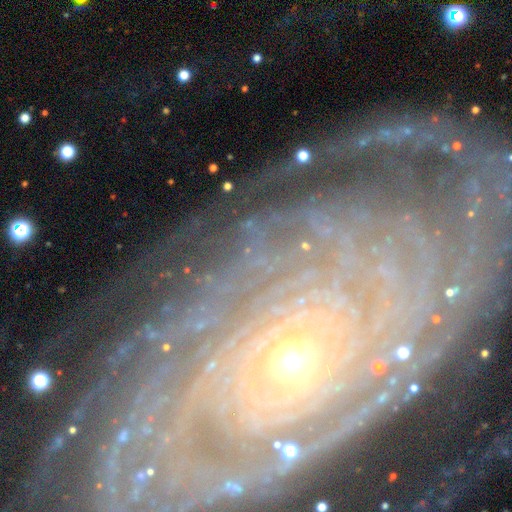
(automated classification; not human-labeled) This is clearly a featured or disk galaxy (85%). It is clearly not viewed edge-on (95%). Bar: likely no (71%). Spiral arm pattern: clearly yes (96%). Spiral arm count: marginally more than 4 (30%). Spiral winding: clearly tight (83%). Central bulge: possibly small (57%). Merging: likely none (75%).